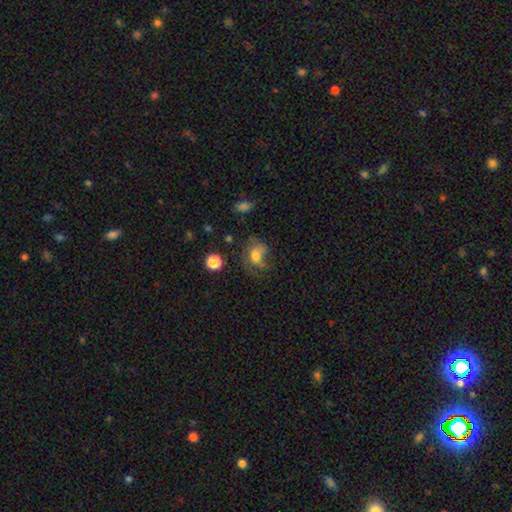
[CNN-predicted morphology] Overall: smooth (58%; featured or disk 28%). How rounded: in between (58%; round 40%). Merging: major disturbance (38%; none 34%).